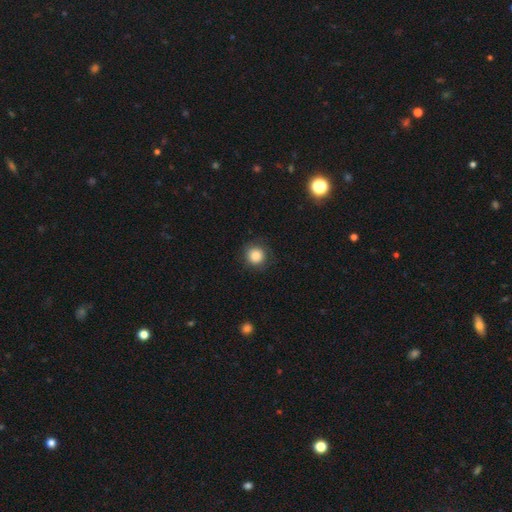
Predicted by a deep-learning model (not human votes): This appears to be a smooth galaxy with no disk features (86%) that is round (93%). Merging: none (86%).